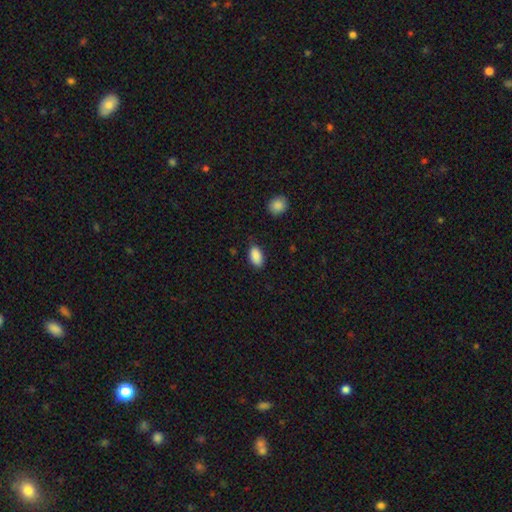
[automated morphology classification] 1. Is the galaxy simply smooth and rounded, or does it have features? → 89% smooth, 7% star or artifact, 4% featured or disk.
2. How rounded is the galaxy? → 93% in between, 5% round, 2% cigar-shaped.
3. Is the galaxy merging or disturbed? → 81% none, 15% minor disturbance, 3% major disturbance, 1% merger.